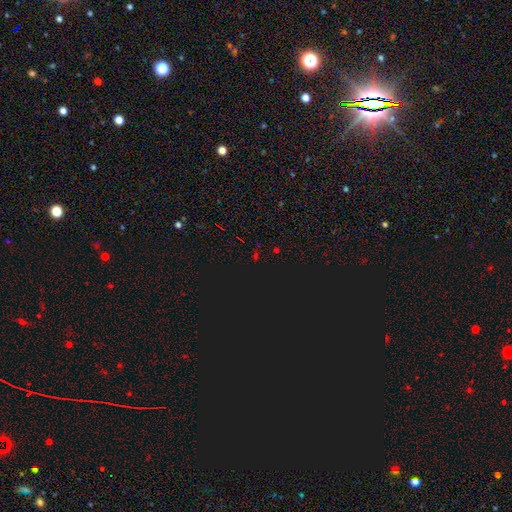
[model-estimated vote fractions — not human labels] Overall: star or artifact (72%).